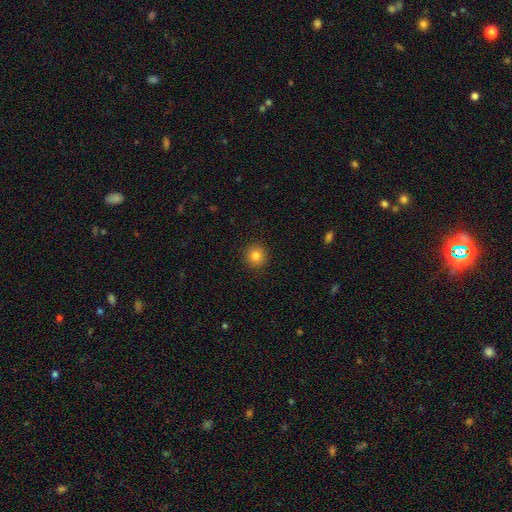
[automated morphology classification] smooth-or-featured: smooth: 83% | star or artifact: 12% | featured or disk: 6%
  how-rounded: round: 93% | in between: 6% | cigar-shaped: 1%
  merging: none: 92% | minor disturbance: 5% | major disturbance: 2% | merger: 1%